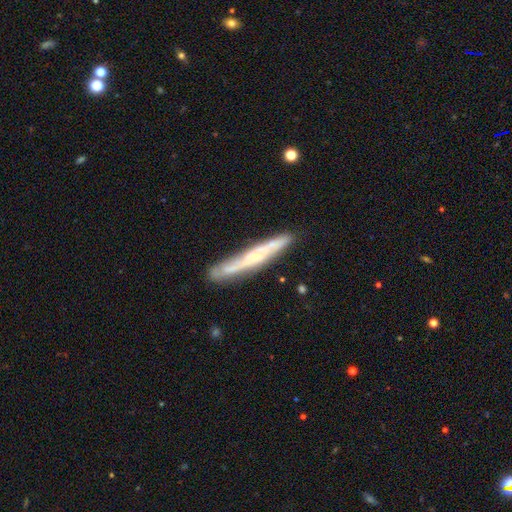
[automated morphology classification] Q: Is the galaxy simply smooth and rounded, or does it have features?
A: featured or disk — 67%.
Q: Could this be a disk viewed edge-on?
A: yes — 77%.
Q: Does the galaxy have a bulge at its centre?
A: none — 47%, tied with rounded.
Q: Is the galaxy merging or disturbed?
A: none — 78%.